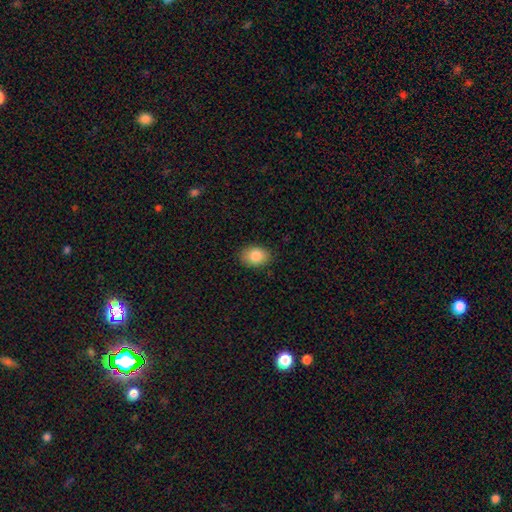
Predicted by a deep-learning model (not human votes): smooth-or-featured: smooth: 85% | star or artifact: 8% | featured or disk: 8%
  how-rounded: in between: 76% | round: 23% | cigar-shaped: 1%
  merging: none: 88% | minor disturbance: 9% | major disturbance: 2% | merger: 1%